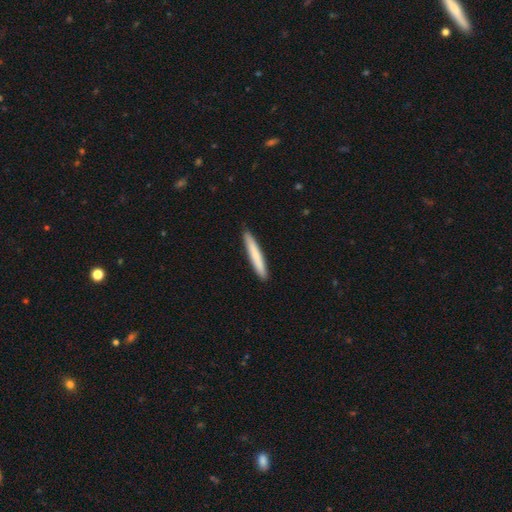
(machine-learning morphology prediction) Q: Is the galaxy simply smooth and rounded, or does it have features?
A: smooth — 76%.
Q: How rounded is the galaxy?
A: cigar-shaped — 96%.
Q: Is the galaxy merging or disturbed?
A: none — 90%.